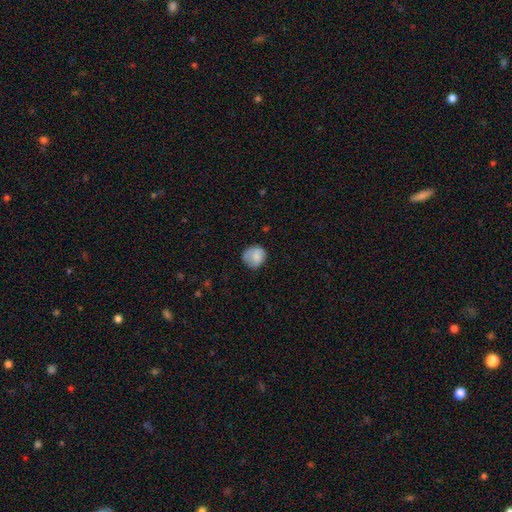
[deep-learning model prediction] A smooth galaxy with no disk features (78%) that is round (81%).

Vote fractions:
- Smooth or featured? smooth: 78% / featured or disk: 14% / star or artifact: 8%
- How rounded? round: 81% / in between: 18% / cigar-shaped: 1%
- Merging? none: 64% / minor disturbance: 25% / major disturbance: 10% / merger: 2%